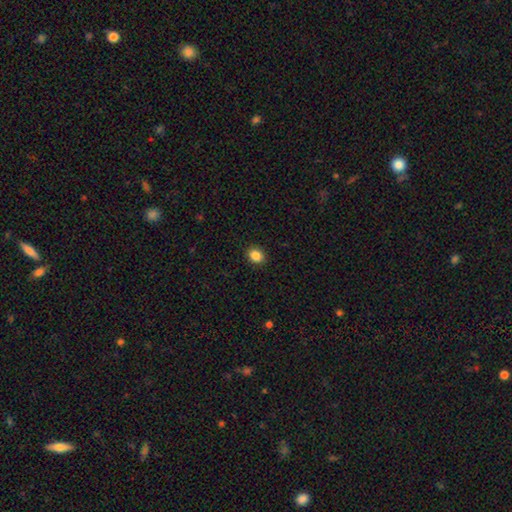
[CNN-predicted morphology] Q: Smooth or featured?
A: smooth (86%); runner-up: star or artifact (10%)
Q: How rounded?
A: round (58%); runner-up: in between (41%)
Q: Merging?
A: none (91%); runner-up: minor disturbance (6%)